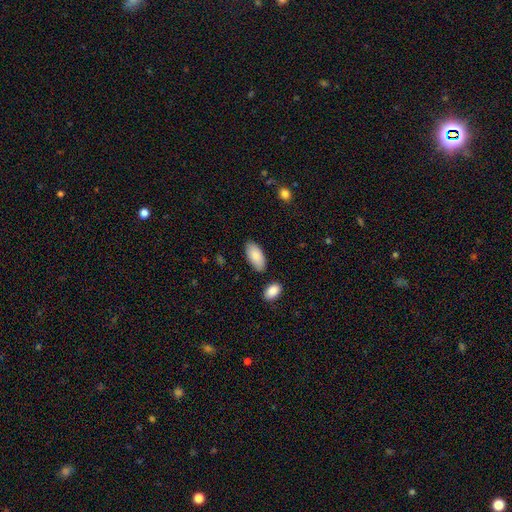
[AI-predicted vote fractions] smooth 86%, featured or disk 8%, star or artifact 6%. Down the decision tree: how rounded — in between (93%); merging — none (82%).